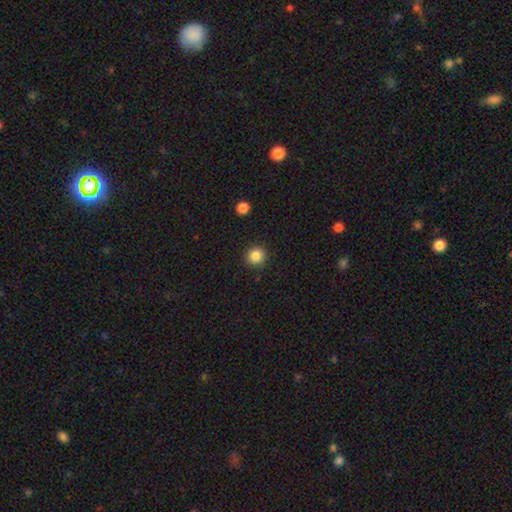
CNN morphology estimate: Smooth or featured: smooth — 86% (star or artifact — 10%)
How rounded: round — 92% (in between — 7%)
Merging: none — 91% (minor disturbance — 6%)